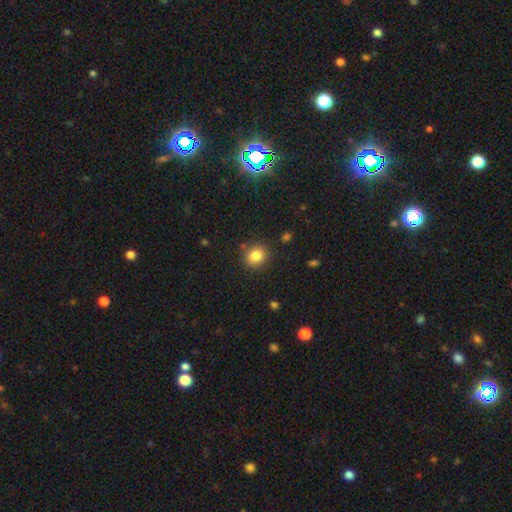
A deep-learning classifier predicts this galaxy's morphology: Q: Smooth or featured?
A: smooth (83%); runner-up: star or artifact (11%)
Q: How rounded?
A: round (76%); runner-up: in between (24%)
Q: Merging?
A: none (84%); runner-up: minor disturbance (10%)